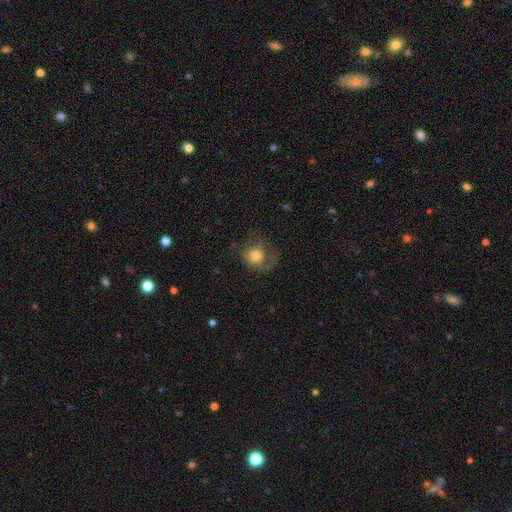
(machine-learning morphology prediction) A smooth galaxy with no disk features (66%) that is round (76%).

Vote fractions:
- Smooth or featured? smooth: 66% / featured or disk: 25% / star or artifact: 9%
- How rounded? round: 76% / in between: 23% / cigar-shaped: 1%
- Merging? none: 45% / major disturbance: 29% / minor disturbance: 23% / merger: 2%